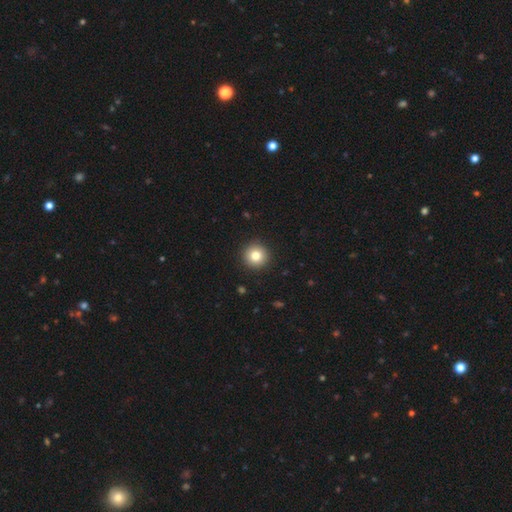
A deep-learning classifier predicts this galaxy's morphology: Smooth or featured? smooth (81%)
How rounded? round (96%)
Merging? none (93%)